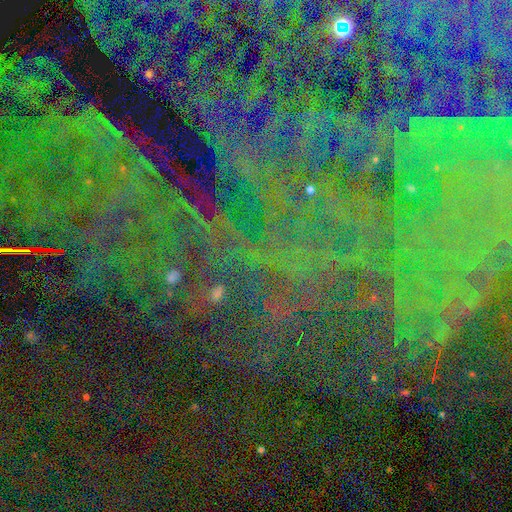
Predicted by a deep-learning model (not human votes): smooth_or_featured: star or artifact (p=0.85) [alt: featured or disk p=0.08]